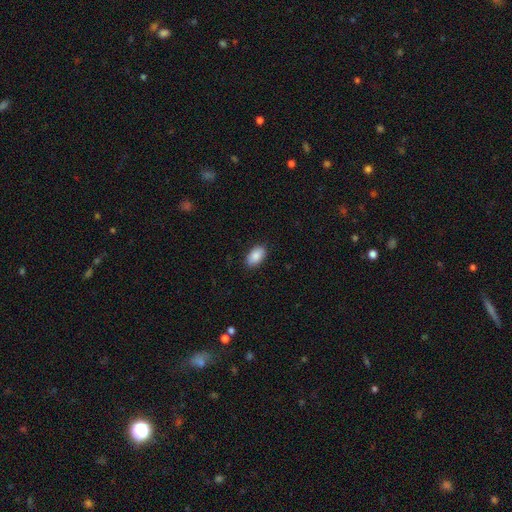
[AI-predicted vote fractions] Smooth or featured: smooth — 88% (star or artifact — 7%)
How rounded: in between — 93% (round — 5%)
Merging: none — 88% (minor disturbance — 9%)